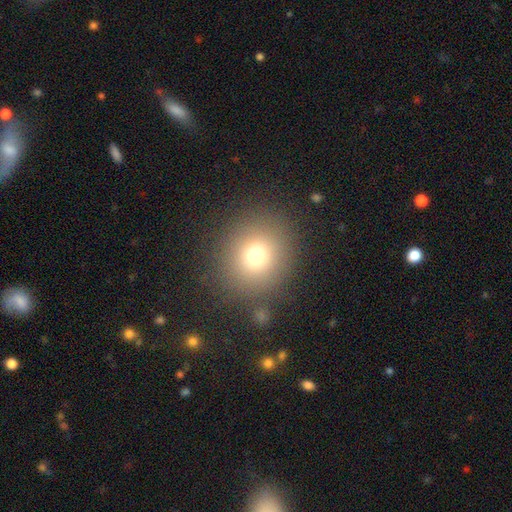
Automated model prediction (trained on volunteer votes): Smooth or featured?
  - smooth: 73% *
  - star or artifact: 16%
  - featured or disk: 11%
How rounded?
  - round: 87% *
  - in between: 12%
  - cigar-shaped: 1%
Merging?
  - none: 84% *
  - minor disturbance: 8%
  - major disturbance: 5%
  - merger: 3%